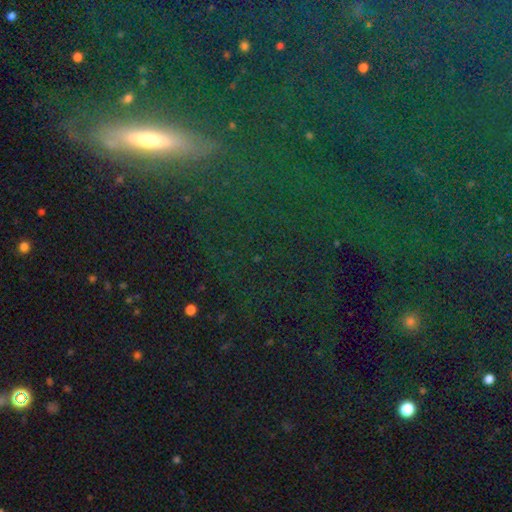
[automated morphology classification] The model was most divided on "smooth or featured": star or artifact: 59%, smooth: 21%, featured or disk: 20%.